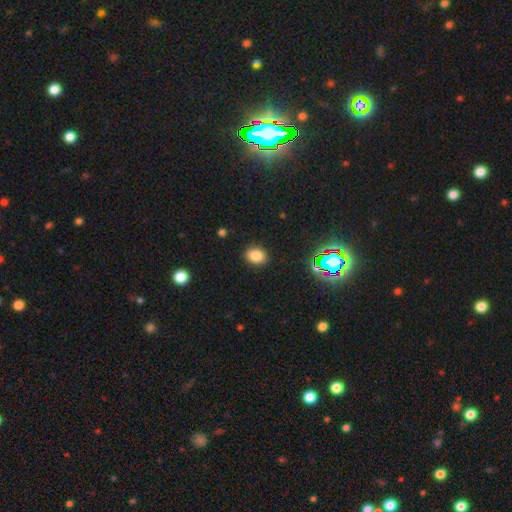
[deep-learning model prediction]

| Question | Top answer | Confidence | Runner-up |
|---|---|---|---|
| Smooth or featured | smooth | 81% | star or artifact (14%) |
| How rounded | in between | 64% | round (35%) |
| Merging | none | 89% | minor disturbance (8%) |